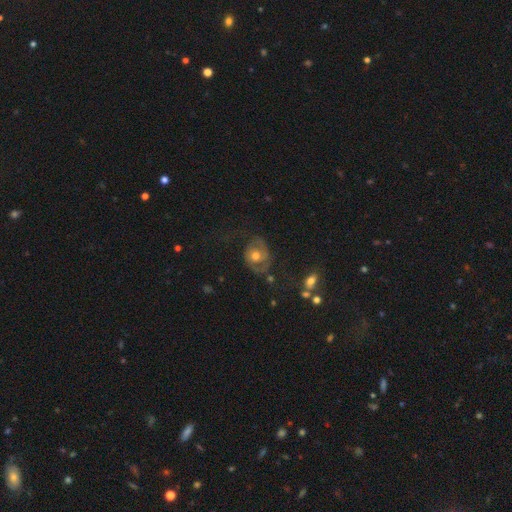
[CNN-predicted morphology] Q: Smooth or featured?
A: featured or disk (62%); runner-up: smooth (29%)
Q: Edge-on disk?
A: no (96%); runner-up: yes (4%)
Q: Bar?
A: no (79%); runner-up: weak (16%)
Q: Spiral arms?
A: yes (67%); runner-up: no (33%)
Q: Bulge size?
A: moderate (74%); runner-up: small (16%)
Q: Merging?
A: none (53%); runner-up: major disturbance (23%)